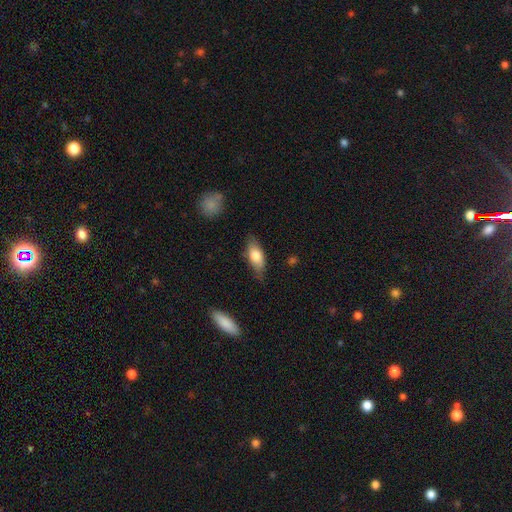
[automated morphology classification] Overall: smooth (72%). How rounded: in between (79%). Merging: none (73%).